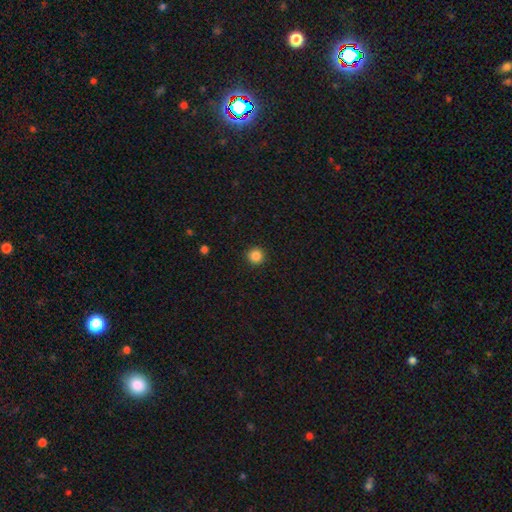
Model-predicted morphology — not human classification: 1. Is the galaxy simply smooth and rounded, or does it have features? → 86% smooth, 11% star or artifact, 4% featured or disk.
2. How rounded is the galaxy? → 96% round, 3% in between, 1% cigar-shaped.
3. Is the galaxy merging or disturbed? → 93% none, 4% minor disturbance, 2% major disturbance, 1% merger.